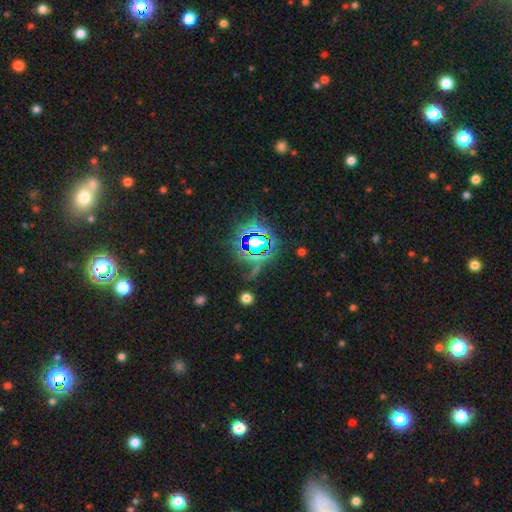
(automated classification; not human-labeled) This is likely a star or artifact rather than a galaxy (72%).